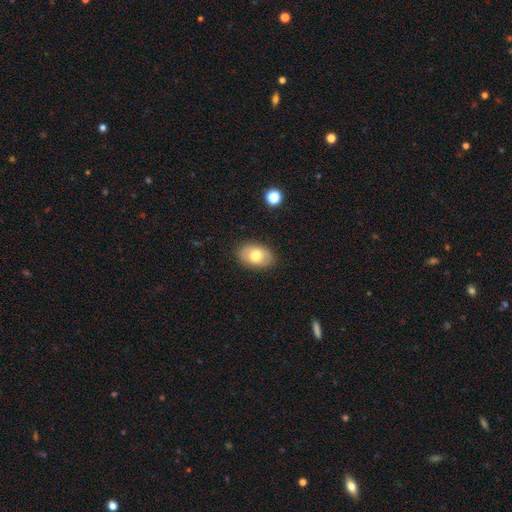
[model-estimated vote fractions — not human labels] Smooth or featured? Predicted: smooth (p=0.74). How rounded? Predicted: in between (p=0.85). Merging? Predicted: none (p=0.87).